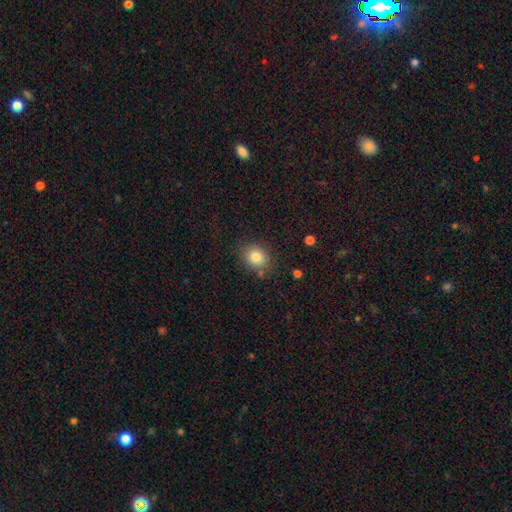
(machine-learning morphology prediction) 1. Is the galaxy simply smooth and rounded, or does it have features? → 82% smooth, 11% star or artifact, 7% featured or disk.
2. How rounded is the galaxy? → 68% round, 31% in between, 1% cigar-shaped.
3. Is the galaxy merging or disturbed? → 82% none, 11% minor disturbance, 3% merger, 3% major disturbance.